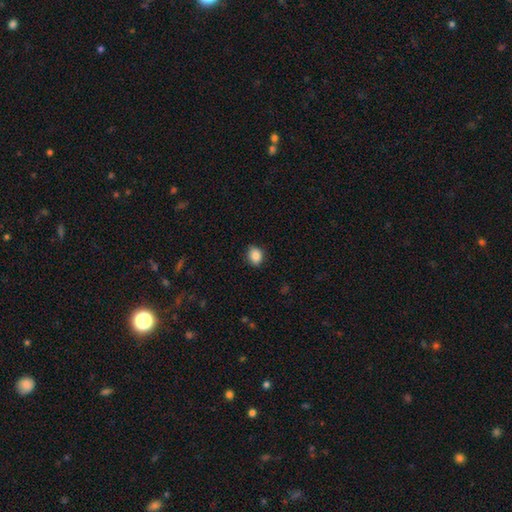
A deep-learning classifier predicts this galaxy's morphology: This is clearly a smooth galaxy (86%). How rounded: possibly round (50%). Merging: clearly none (86%).